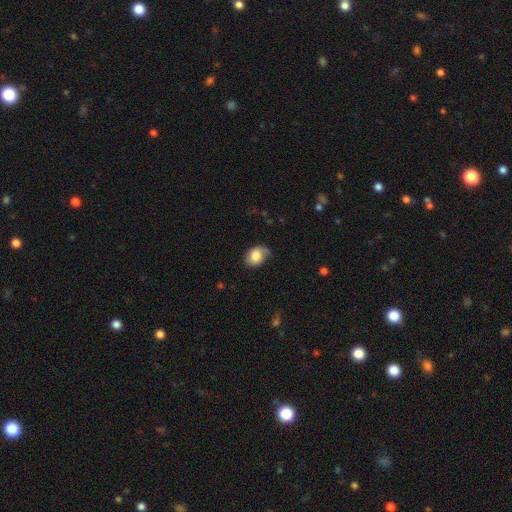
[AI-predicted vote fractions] A smooth galaxy with no disk features (78%) that is in between round and cigar-shaped (66%).

Vote fractions:
- Smooth or featured? smooth: 78% / featured or disk: 15% / star or artifact: 8%
- How rounded? in between: 66% / round: 33% / cigar-shaped: 1%
- Merging? none: 58% / minor disturbance: 31% / major disturbance: 9% / merger: 2%